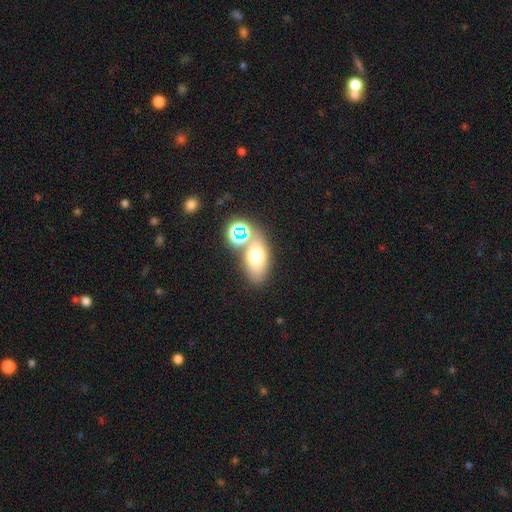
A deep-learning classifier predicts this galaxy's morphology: A smooth galaxy with no disk features (63%) that is in between round and cigar-shaped (77%).

Vote fractions:
- Smooth or featured? smooth: 63% / featured or disk: 19% / star or artifact: 18%
- How rounded? in between: 77% / round: 19% / cigar-shaped: 4%
- Merging? none: 63% / merger: 20% / minor disturbance: 12% / major disturbance: 5%